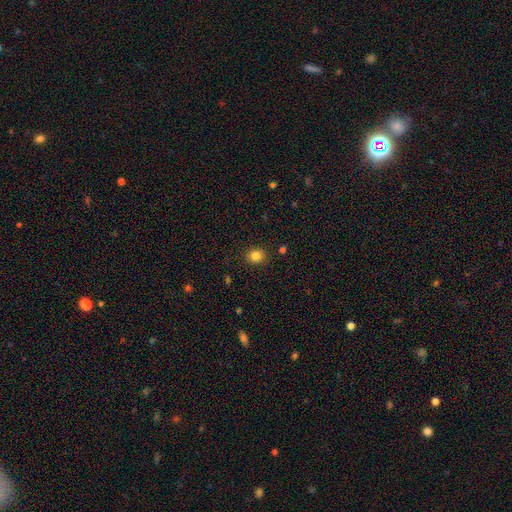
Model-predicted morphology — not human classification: smooth-or-featured: smooth: 83% | star or artifact: 12% | featured or disk: 6%
  how-rounded: round: 76% | in between: 23% | cigar-shaped: 1%
  merging: none: 90% | minor disturbance: 7% | major disturbance: 2% | merger: 1%